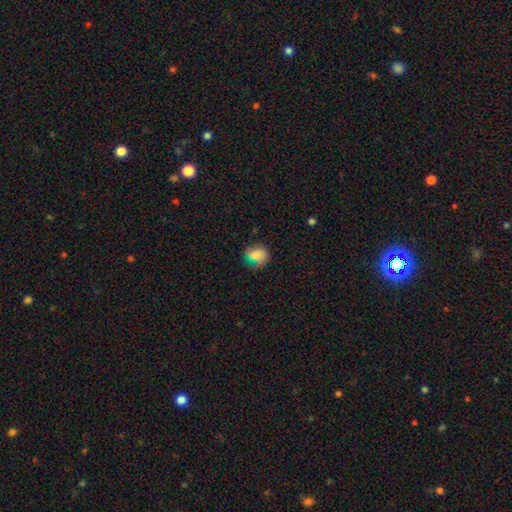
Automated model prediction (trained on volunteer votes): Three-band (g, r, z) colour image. It shows a smooth galaxy with no disk features (75%) that is round (73%). Merging: none (66%).